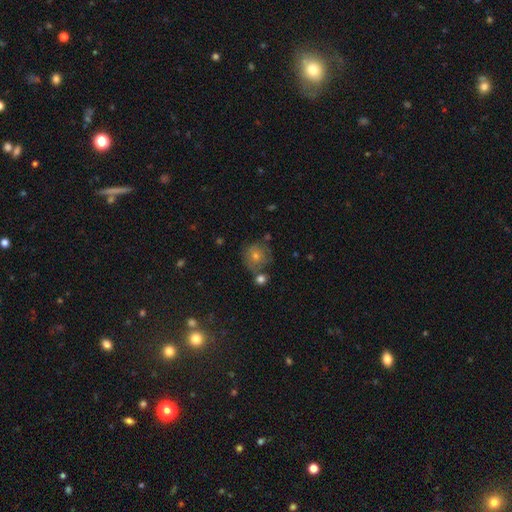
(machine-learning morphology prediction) Smooth or featured? Predicted: smooth (p=0.51). How rounded? Predicted: round (p=0.89). Merging? Predicted: none (p=0.68).